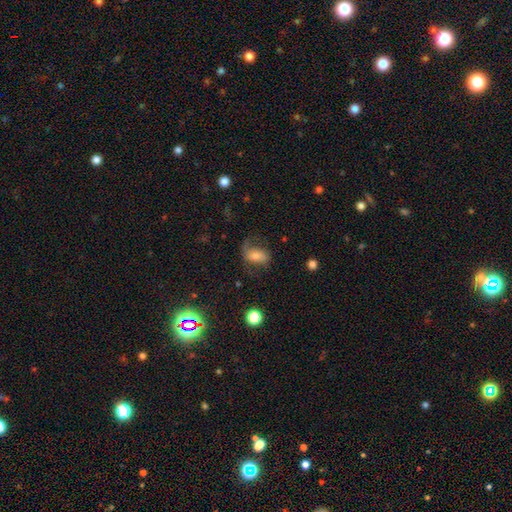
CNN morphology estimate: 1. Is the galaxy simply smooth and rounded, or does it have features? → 47% featured or disk, 41% smooth, 12% star or artifact.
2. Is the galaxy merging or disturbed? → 52% none, 23% major disturbance, 23% minor disturbance, 2% merger.